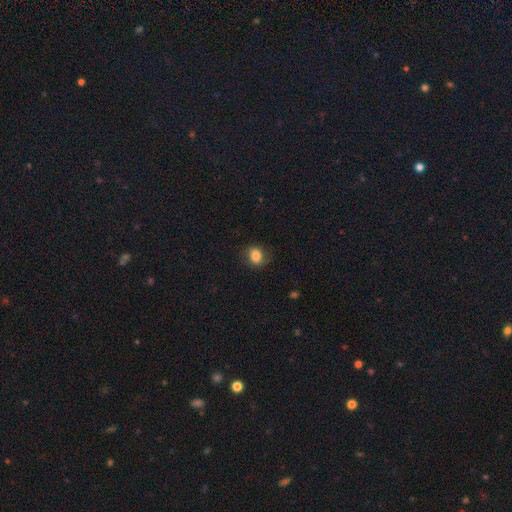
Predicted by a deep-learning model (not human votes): Smooth or featured? smooth (80%)
How rounded? round (53%)
Merging? none (70%)